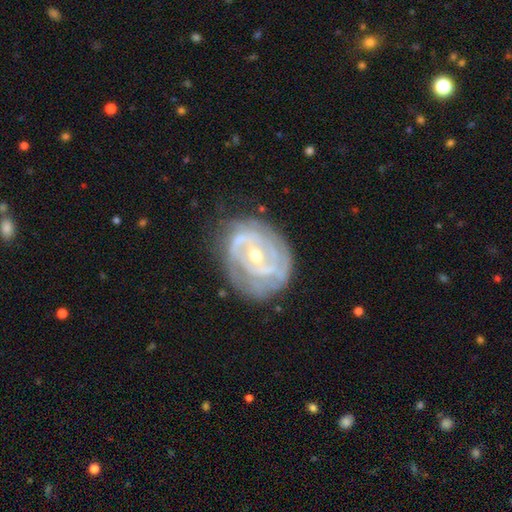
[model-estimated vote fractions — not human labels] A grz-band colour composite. It shows a featured or disk galaxy (83%) with no bar (43%), tight (63%) spiral arms (78%) and a moderate central bulge (60%). Merging: none (63%).